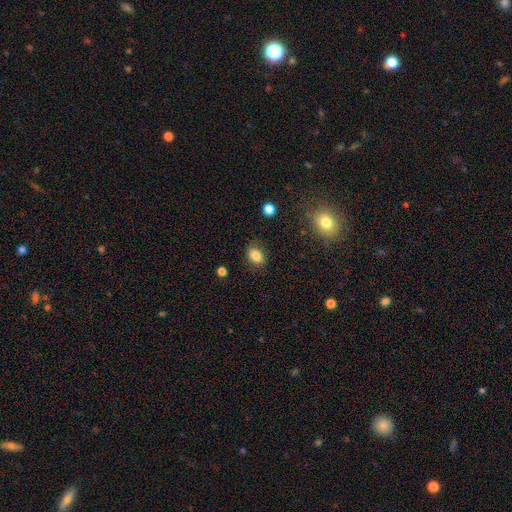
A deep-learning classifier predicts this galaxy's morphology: This is clearly a smooth galaxy (83%). How rounded: likely in between (73%). Merging: clearly none (83%).